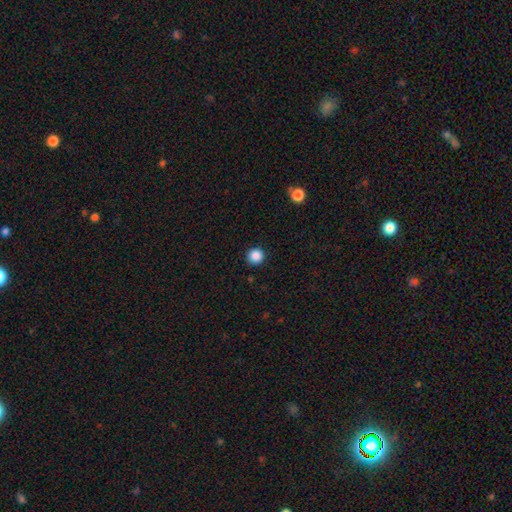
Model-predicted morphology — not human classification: Q: Smooth or featured?
A: smooth (87%); runner-up: star or artifact (11%)
Q: How rounded?
A: round (96%); runner-up: in between (3%)
Q: Merging?
A: none (92%); runner-up: minor disturbance (5%)